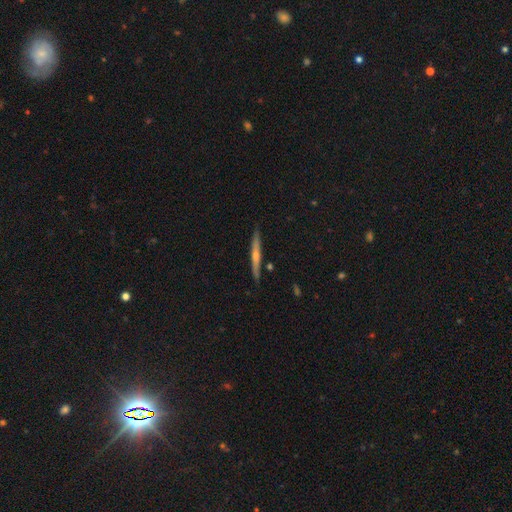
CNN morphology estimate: Smooth or featured? featured or disk (70%)
Edge-on disk? yes (97%)
Edge-on bulge? rounded (75%)
Merging? none (89%)